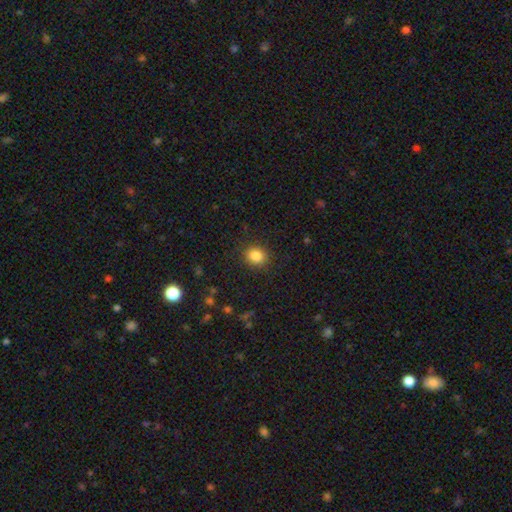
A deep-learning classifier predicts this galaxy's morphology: smooth 84%, star or artifact 11%, featured or disk 5%. Down the decision tree: how rounded — round (64%); merging — none (88%).